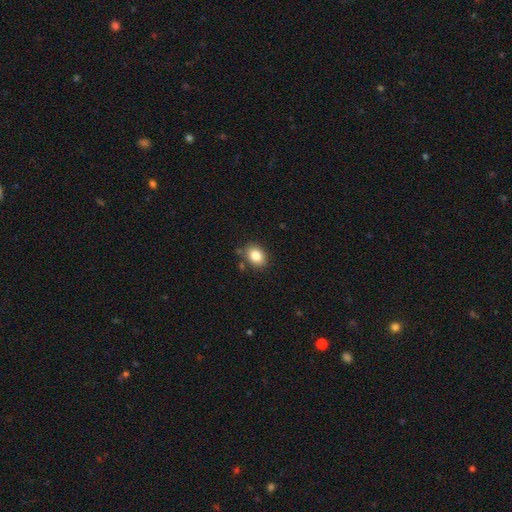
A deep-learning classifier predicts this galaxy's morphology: The model was most divided on "how rounded": in between: 64%, round: 35%, cigar-shaped: 1%. More confident: smooth or featured — smooth (84%); merging — none (81%).